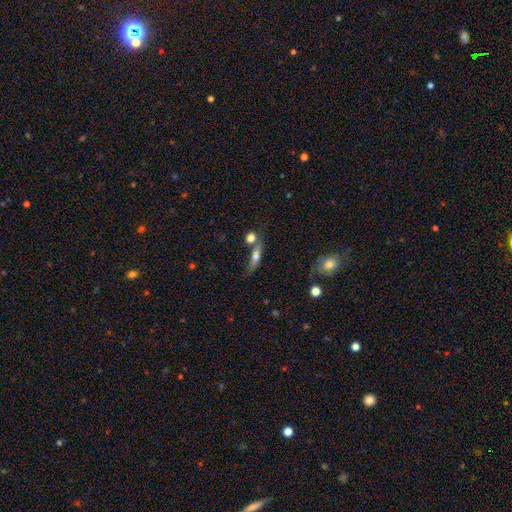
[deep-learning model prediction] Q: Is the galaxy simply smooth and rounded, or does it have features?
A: smooth — 50%.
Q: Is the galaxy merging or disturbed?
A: none — 47%.